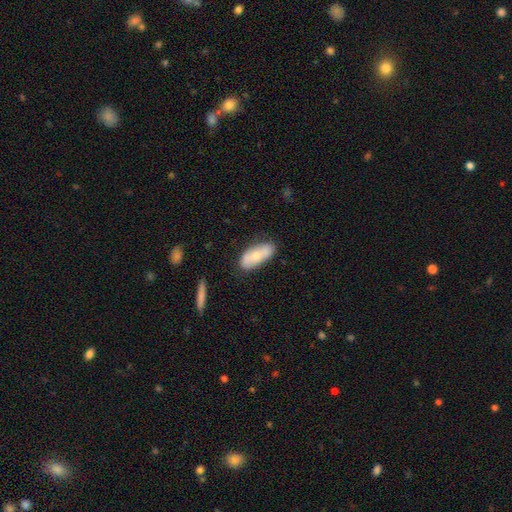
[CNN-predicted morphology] type=smooth (65%); roundness=in between (85%); merging=none (73%).